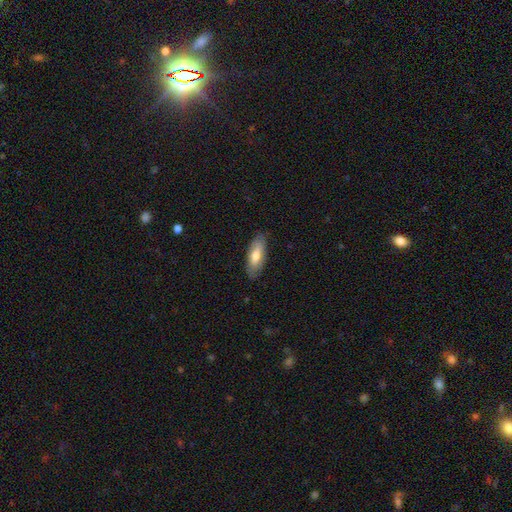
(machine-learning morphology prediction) This appears to be a smooth galaxy with no disk features (67%) that is in between round and cigar-shaped (71%). Merging: none (81%).